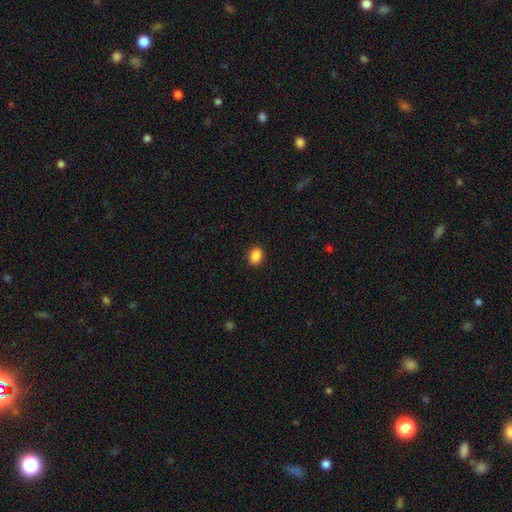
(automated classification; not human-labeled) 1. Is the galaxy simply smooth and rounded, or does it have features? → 88% smooth, 9% star or artifact, 3% featured or disk.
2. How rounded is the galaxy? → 73% in between, 26% round, 1% cigar-shaped.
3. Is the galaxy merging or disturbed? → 90% none, 7% minor disturbance, 2% major disturbance, 1% merger.